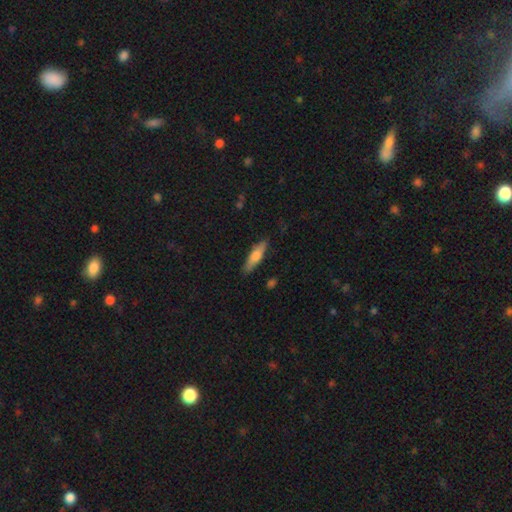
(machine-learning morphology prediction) A smooth galaxy with no disk features (66%) that is cigar-shaped (69%).

Vote fractions:
- Smooth or featured? smooth: 66% / featured or disk: 28% / star or artifact: 6%
- How rounded? cigar-shaped: 69% / in between: 29% / round: 2%
- Merging? none: 84% / minor disturbance: 12% / major disturbance: 2% / merger: 1%